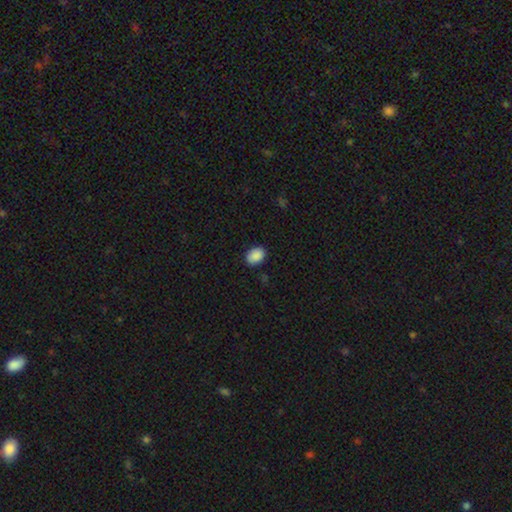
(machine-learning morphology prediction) type=smooth (89%); roundness=in between (76%); merging=none (88%).